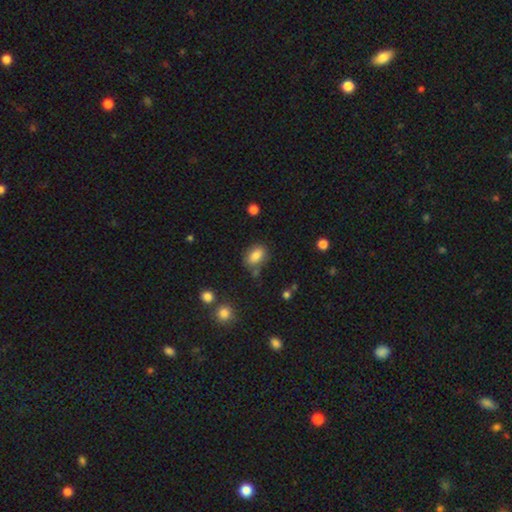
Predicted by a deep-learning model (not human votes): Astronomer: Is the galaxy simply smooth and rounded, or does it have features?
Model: smooth — 82%.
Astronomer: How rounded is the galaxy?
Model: in between — 83%.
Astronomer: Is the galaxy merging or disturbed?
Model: none — 74%.